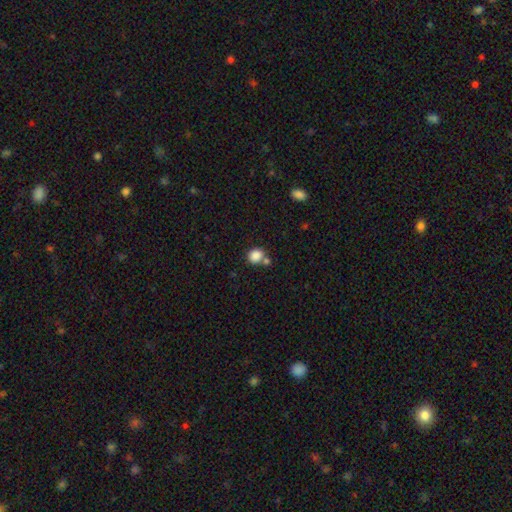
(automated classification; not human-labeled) This is clearly a smooth galaxy (86%). How rounded: likely round (70%). Merging: possibly none (58%).